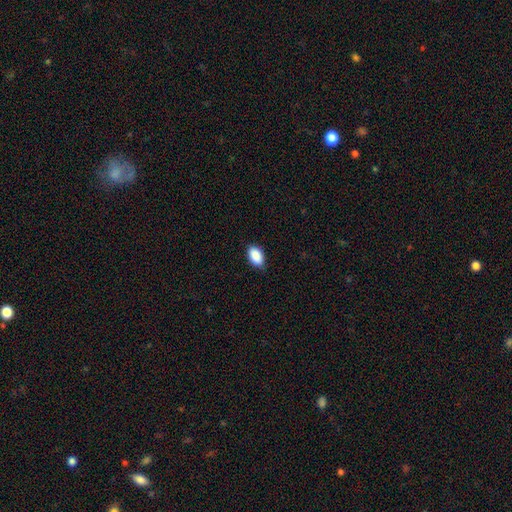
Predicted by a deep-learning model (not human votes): Overall: smooth (90%). How rounded: in between (92%). Merging: none (83%).